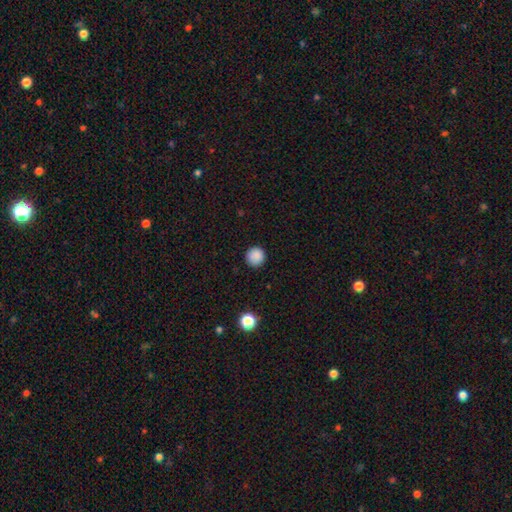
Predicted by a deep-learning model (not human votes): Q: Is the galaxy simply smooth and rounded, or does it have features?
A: smooth — 87%.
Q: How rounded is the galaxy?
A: round — 96%.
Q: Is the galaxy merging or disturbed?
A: none — 91%.